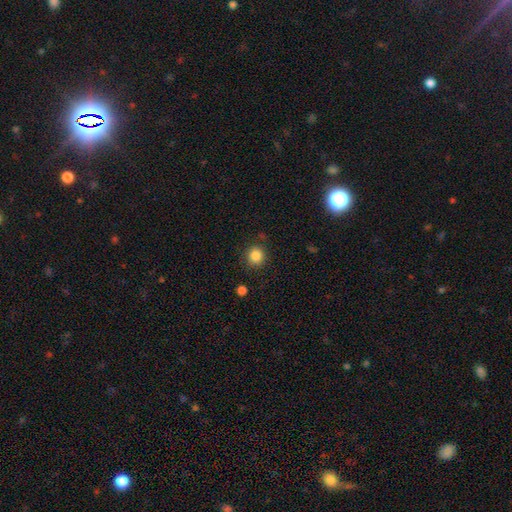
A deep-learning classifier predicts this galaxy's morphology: This is clearly a smooth galaxy (86%). How rounded: clearly round (91%). Merging: clearly none (86%).